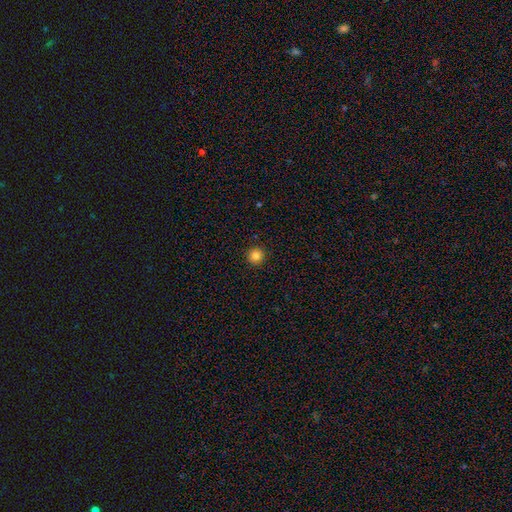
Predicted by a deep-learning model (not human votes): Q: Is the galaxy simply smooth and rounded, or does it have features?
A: smooth — 84%.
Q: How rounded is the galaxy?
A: round — 95%.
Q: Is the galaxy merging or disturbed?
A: none — 93%.